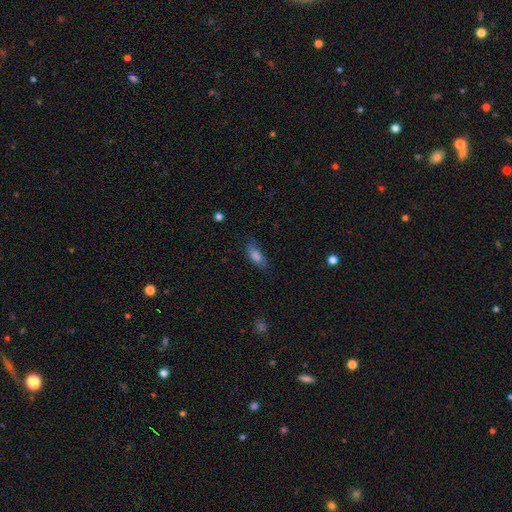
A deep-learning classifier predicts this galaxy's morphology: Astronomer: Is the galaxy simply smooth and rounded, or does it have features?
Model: smooth — 77%.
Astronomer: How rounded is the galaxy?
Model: in between — 72%.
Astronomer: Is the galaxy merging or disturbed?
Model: none — 74%.